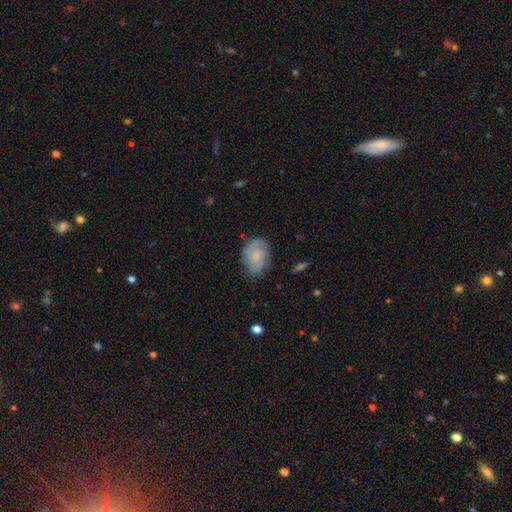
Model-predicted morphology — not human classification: type=featured or disk (47%); merging=none (70%).